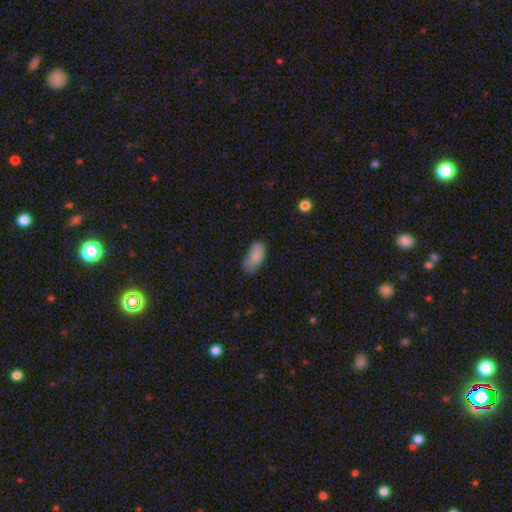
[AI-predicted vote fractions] Smooth or featured? smooth (85%)
How rounded? in between (93%)
Merging? none (66%)